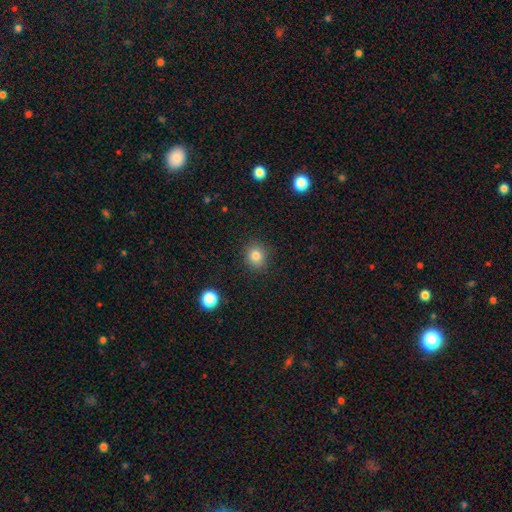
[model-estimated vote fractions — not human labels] Smooth or featured: smooth — 82% (star or artifact — 11%)
How rounded: round — 83% (in between — 16%)
Merging: none — 89% (minor disturbance — 8%)